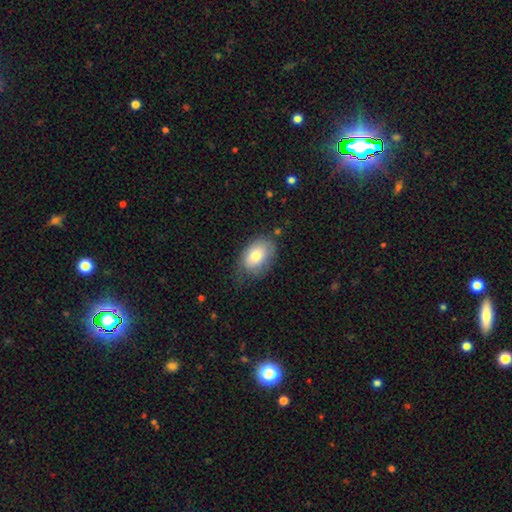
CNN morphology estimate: Smooth or featured? smooth (78%)
How rounded? in between (85%)
Merging? none (62%)